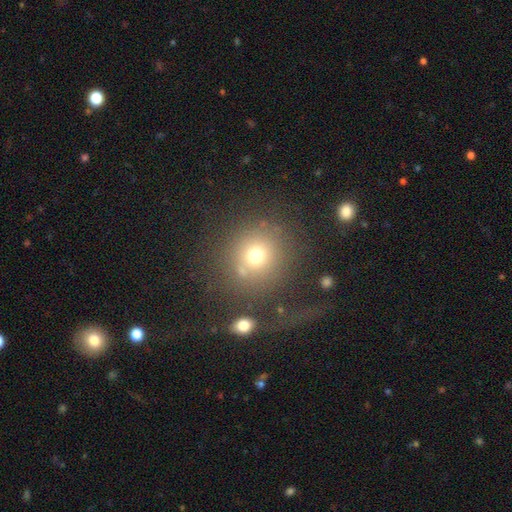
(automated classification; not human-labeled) Q: Smooth or featured?
A: smooth (69%); runner-up: star or artifact (17%)
Q: How rounded?
A: round (87%); runner-up: in between (12%)
Q: Merging?
A: none (67%); runner-up: minor disturbance (13%)